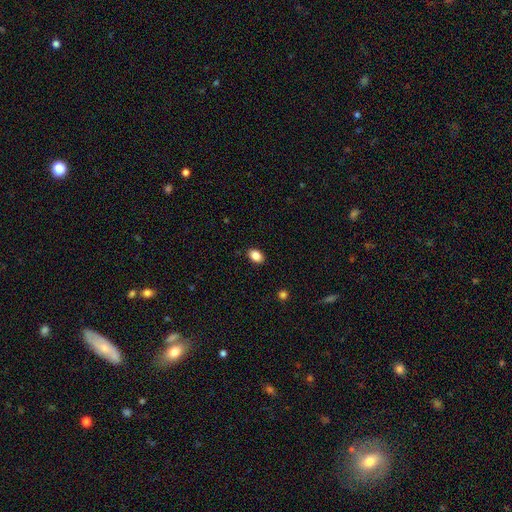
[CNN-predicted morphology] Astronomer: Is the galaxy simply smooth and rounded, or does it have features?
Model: smooth — 86%.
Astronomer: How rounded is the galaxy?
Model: in between — 82%.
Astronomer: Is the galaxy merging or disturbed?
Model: none — 88%.